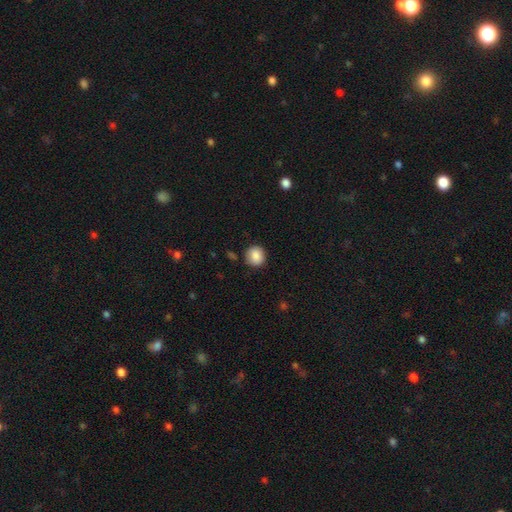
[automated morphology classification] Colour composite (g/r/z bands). It shows a smooth galaxy with no disk features (87%) that is round (86%). Merging: none (85%).